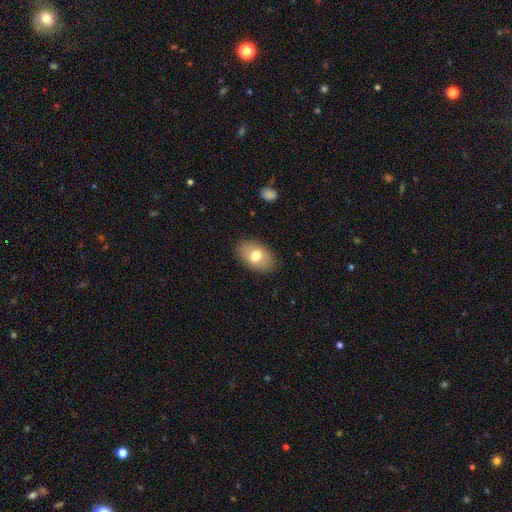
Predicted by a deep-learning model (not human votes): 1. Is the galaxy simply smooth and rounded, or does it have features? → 73% smooth, 19% featured or disk, 7% star or artifact.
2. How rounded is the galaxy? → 88% in between, 11% round, 1% cigar-shaped.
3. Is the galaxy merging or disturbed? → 86% none, 10% minor disturbance, 3% major disturbance, 1% merger.